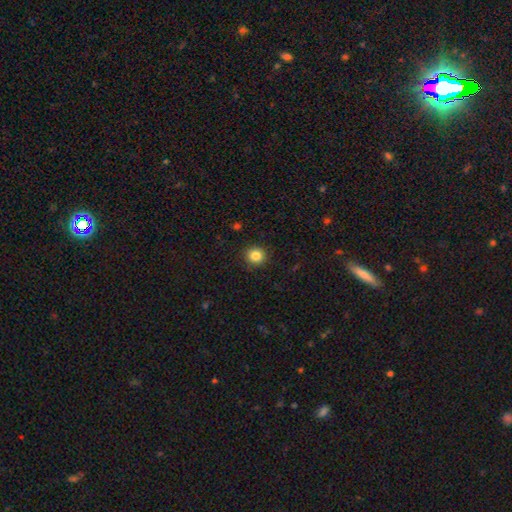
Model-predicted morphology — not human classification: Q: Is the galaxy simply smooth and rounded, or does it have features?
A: smooth — 85%.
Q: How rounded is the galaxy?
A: round — 91%.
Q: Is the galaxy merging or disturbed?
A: none — 91%.